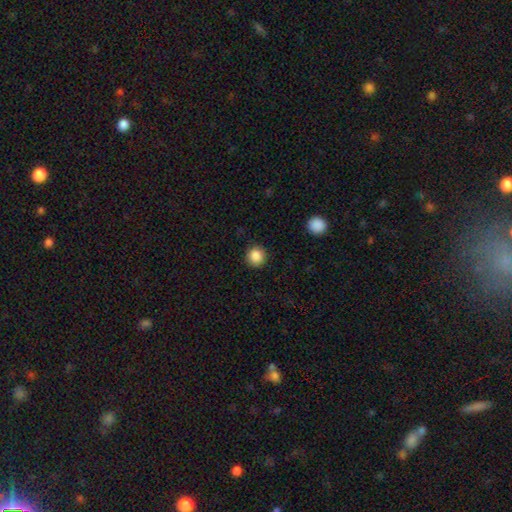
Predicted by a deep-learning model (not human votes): Smooth or featured?
  - smooth: 87% *
  - star or artifact: 9%
  - featured or disk: 3%
How rounded?
  - round: 90% *
  - in between: 9%
  - cigar-shaped: 1%
Merging?
  - none: 90% *
  - minor disturbance: 6%
  - major disturbance: 2%
  - merger: 1%